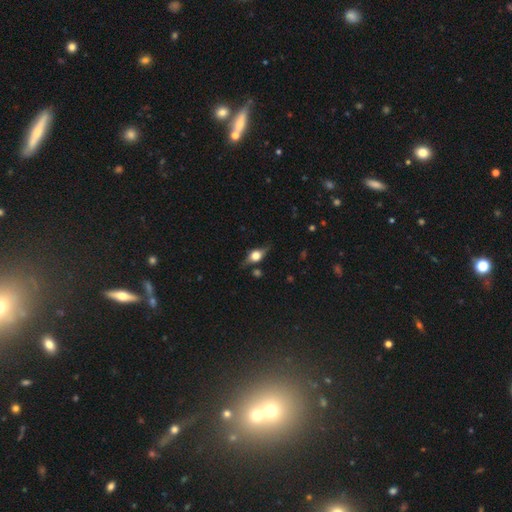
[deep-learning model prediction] Overall: featured or disk (60%; smooth 31%). Edge-on disk: yes (89%). Edge-on bulge: rounded (94%). Merging: none (74%).